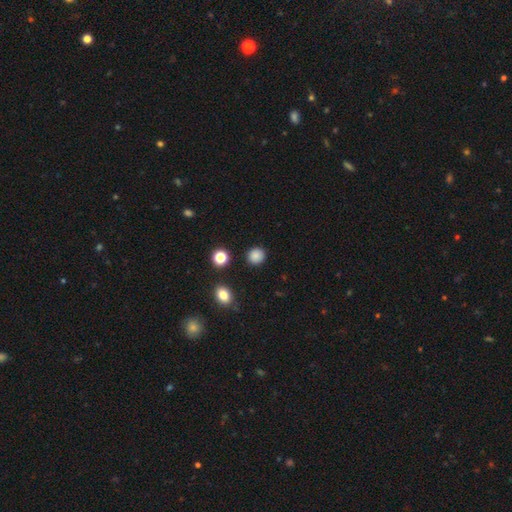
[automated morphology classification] Smooth or featured? smooth (85%)
How rounded? round (88%)
Merging? none (90%)